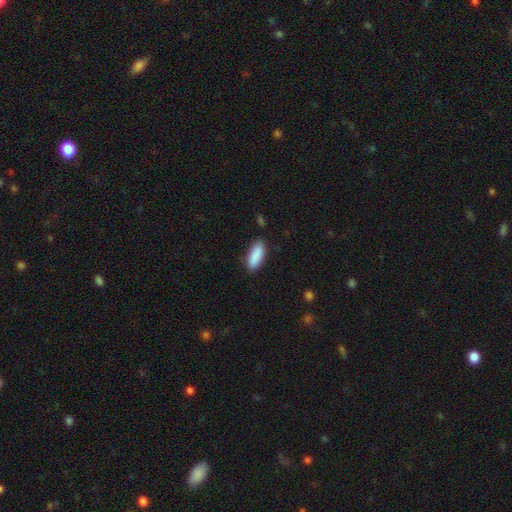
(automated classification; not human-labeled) A smooth galaxy with no disk features (90%) that is in between round and cigar-shaped (73%). Merging: none (86%).